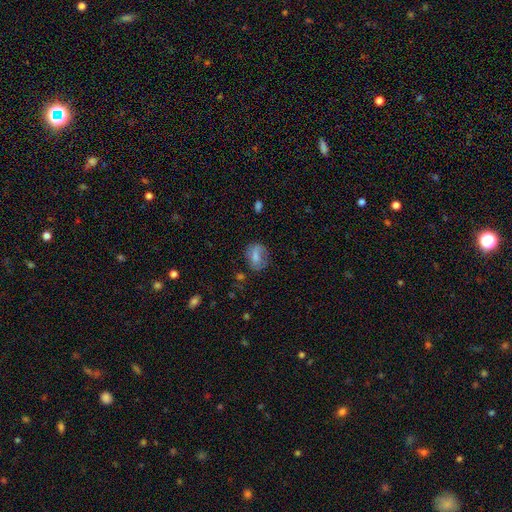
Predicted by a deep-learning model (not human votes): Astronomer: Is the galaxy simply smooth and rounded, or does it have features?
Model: smooth — 55% (runner-up: featured or disk, 36%).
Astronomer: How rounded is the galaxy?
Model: in between — 59% (runner-up: round, 39%).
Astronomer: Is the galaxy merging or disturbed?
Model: none — 62%.